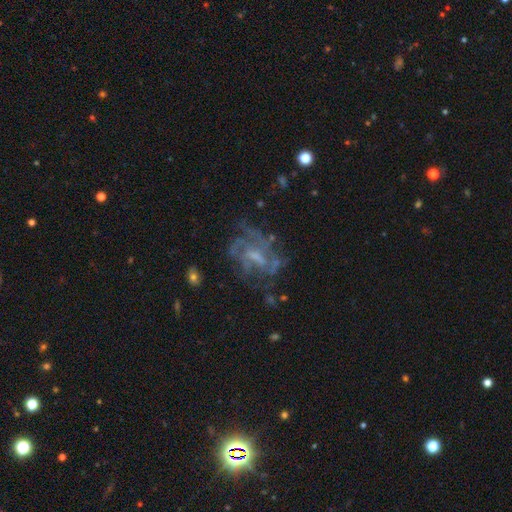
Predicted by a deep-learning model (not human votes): Smooth or featured? featured or disk (75%)
Edge-on disk? no (96%)
Bar? weak (46%)
Spiral arms? yes (69%)
Spiral winding? medium (43%)
Spiral arm count? can't tell (48%)
Bulge size? moderate (34%)
Merging? none (53%)